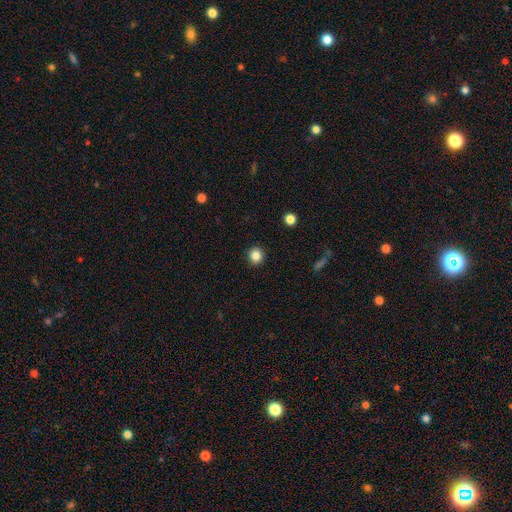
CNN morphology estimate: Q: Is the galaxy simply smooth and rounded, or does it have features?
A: smooth — 85%.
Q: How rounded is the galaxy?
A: round — 92%.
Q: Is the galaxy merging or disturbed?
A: none — 92%.